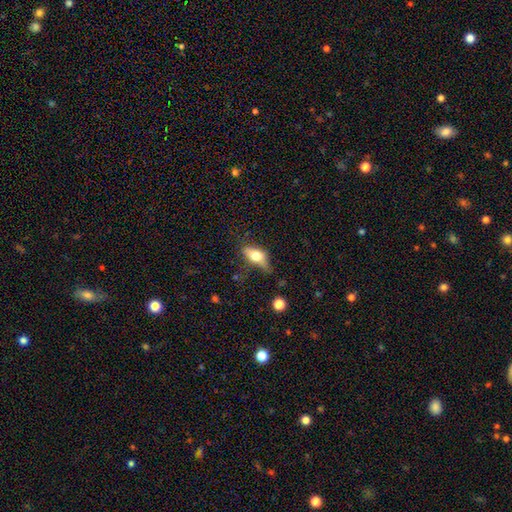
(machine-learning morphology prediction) Q: Smooth or featured?
A: smooth (63%); runner-up: featured or disk (29%)
Q: How rounded?
A: in between (78%); runner-up: cigar-shaped (14%)
Q: Merging?
A: none (46%); runner-up: minor disturbance (32%)